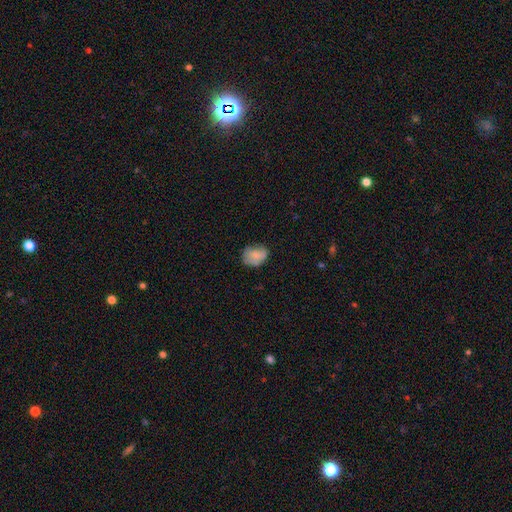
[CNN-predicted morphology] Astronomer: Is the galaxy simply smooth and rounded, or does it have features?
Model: smooth — 75%.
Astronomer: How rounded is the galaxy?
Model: in between — 63%.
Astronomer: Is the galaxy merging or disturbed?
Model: none — 62%.